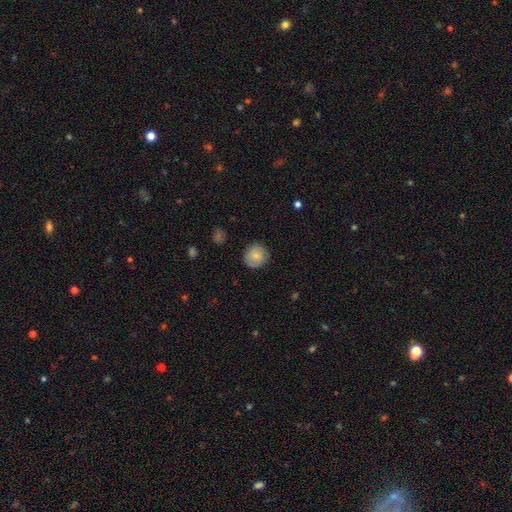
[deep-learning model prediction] Smooth or featured: smooth — 78% (featured or disk — 15%)
How rounded: round — 89% (in between — 10%)
Merging: none — 84% (minor disturbance — 12%)